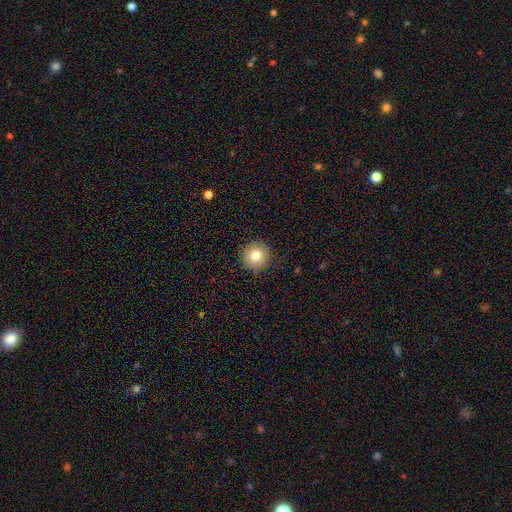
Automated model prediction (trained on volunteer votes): Overall: smooth (79%). How rounded: round (96%). Merging: none (92%).